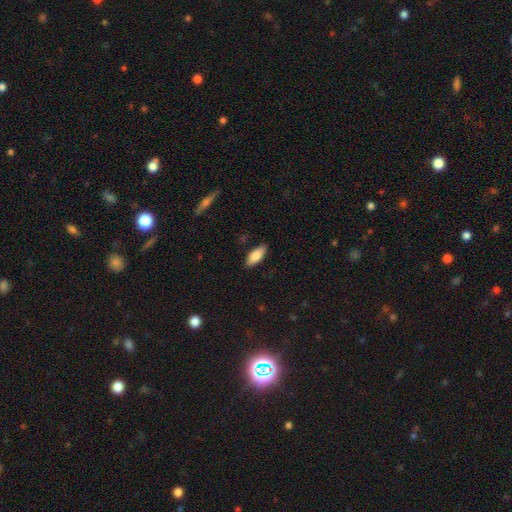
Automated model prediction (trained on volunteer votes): Q: Smooth or featured?
A: smooth (83%); runner-up: featured or disk (11%)
Q: How rounded?
A: in between (79%); runner-up: cigar-shaped (19%)
Q: Merging?
A: none (87%); runner-up: minor disturbance (10%)